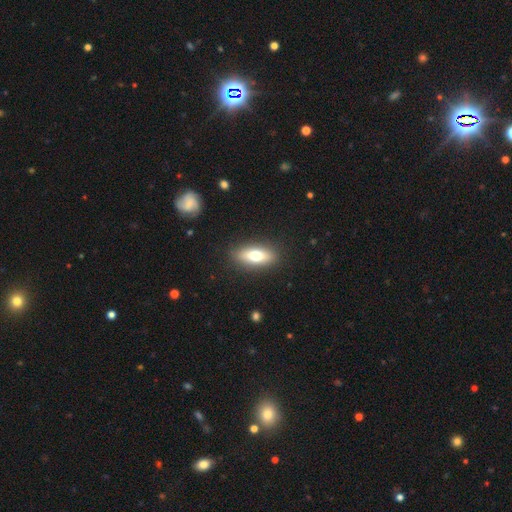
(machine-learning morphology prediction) A smooth galaxy with no disk features (67%) that is in between round and cigar-shaped (72%). Merging: none (88%).